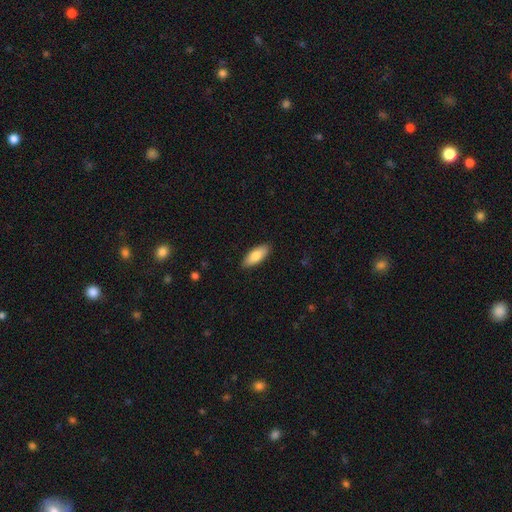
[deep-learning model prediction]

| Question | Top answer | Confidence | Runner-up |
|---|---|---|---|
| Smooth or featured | smooth | 81% | featured or disk (13%) |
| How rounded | in between | 78% | cigar-shaped (20%) |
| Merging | none | 89% | minor disturbance (9%) |